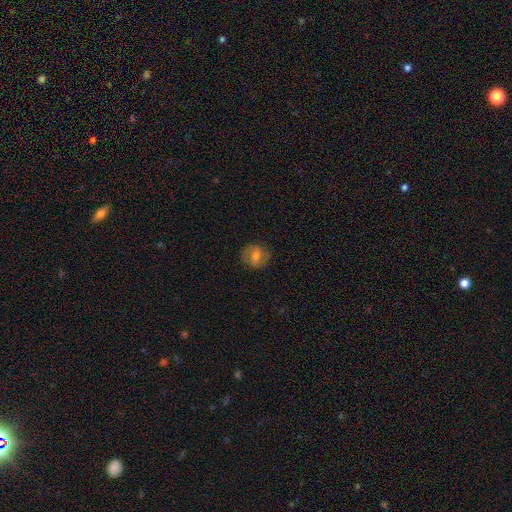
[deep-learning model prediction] This is possibly a smooth galaxy (57%). How rounded: likely round (79%). Merging: clearly none (85%).